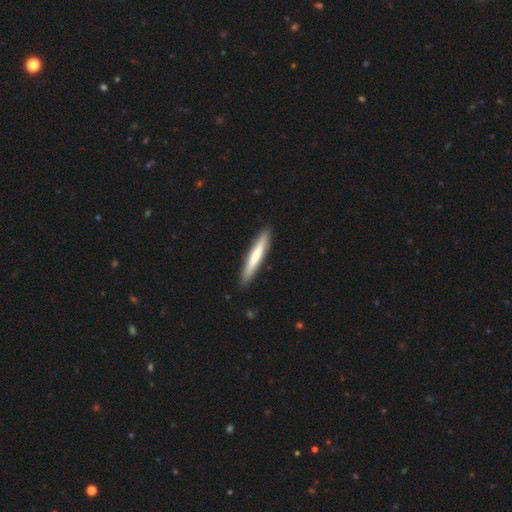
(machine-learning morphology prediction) This is likely a smooth galaxy (67%). How rounded: clearly cigar-shaped (94%). Merging: clearly none (91%).